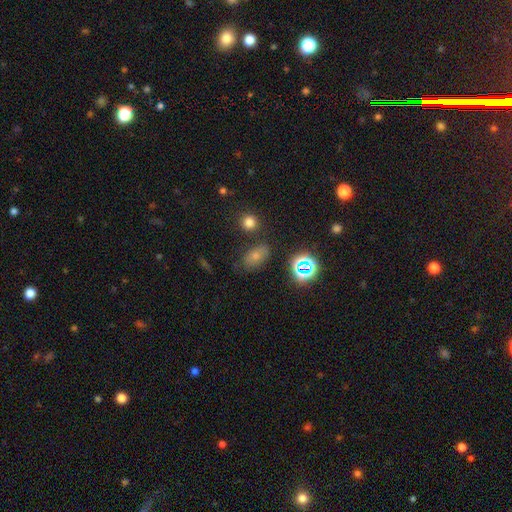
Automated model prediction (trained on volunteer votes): Overall: smooth (64%). How rounded: in between (82%). Merging: none (73%).